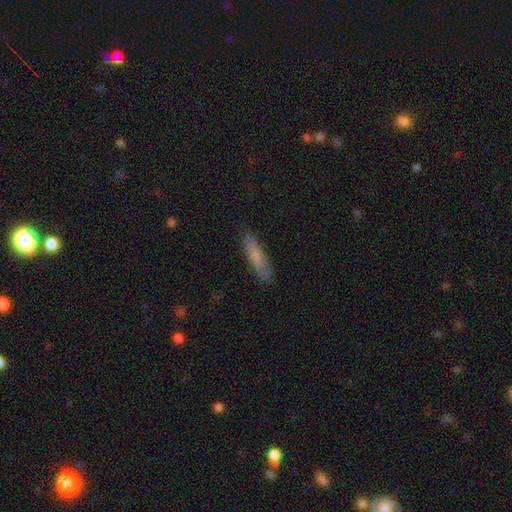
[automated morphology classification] smooth-or-featured: smooth: 74% | featured or disk: 20% | star or artifact: 7%
  how-rounded: cigar-shaped: 79% | in between: 20% | round: 2%
  merging: none: 85% | minor disturbance: 12% | major disturbance: 2% | merger: 1%